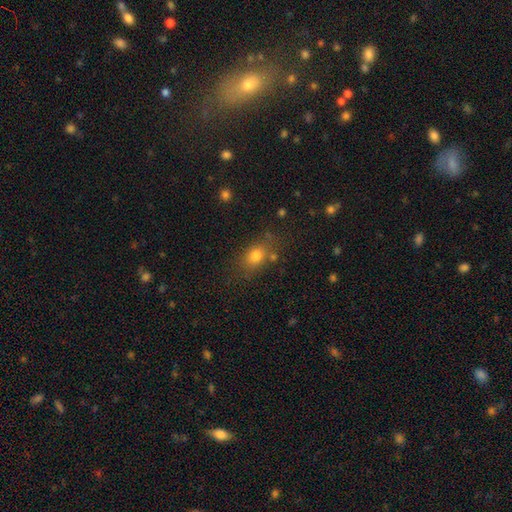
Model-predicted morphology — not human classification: A smooth galaxy with no disk features (78%) that is in between round and cigar-shaped (65%). Merging: none (70%).